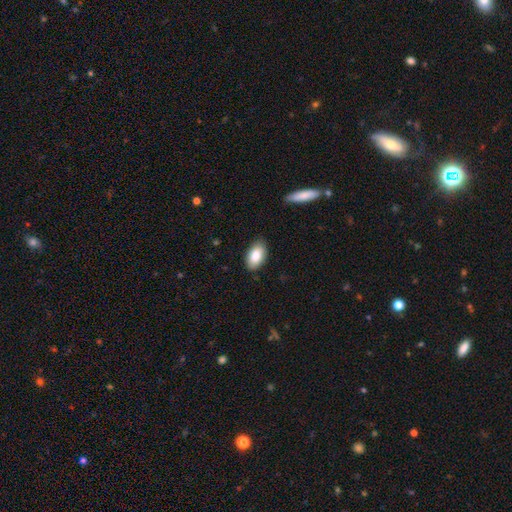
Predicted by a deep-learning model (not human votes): Smooth or featured? smooth (86%)
How rounded? in between (94%)
Merging? none (84%)